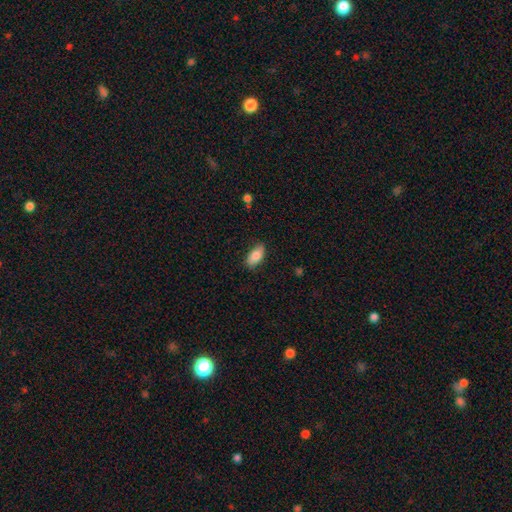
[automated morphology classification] The model was most divided on "merging": none: 82%, minor disturbance: 14%, major disturbance: 3%, merger: 1%. More confident: how rounded — in between (88%); smooth or featured — smooth (81%).